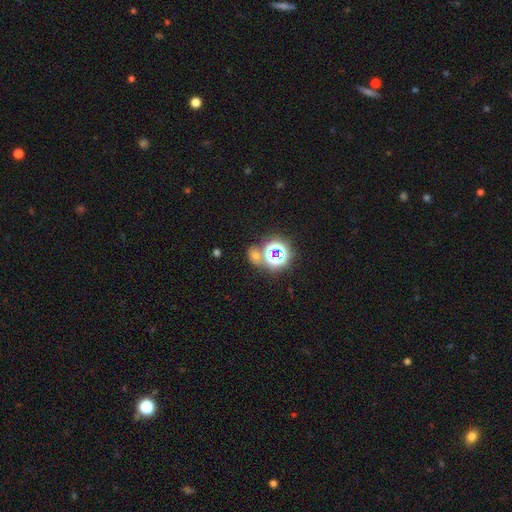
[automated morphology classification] star or artifact 46%, smooth 44%, featured or disk 10%.